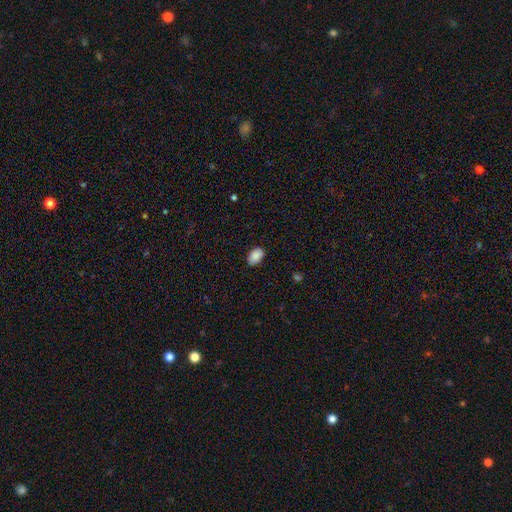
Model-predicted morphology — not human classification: A smooth galaxy with no disk features (89%) that is in between round and cigar-shaped (89%).

Vote fractions:
- Smooth or featured? smooth: 89% / star or artifact: 7% / featured or disk: 4%
- How rounded? in between: 89% / round: 10% / cigar-shaped: 1%
- Merging? none: 85% / minor disturbance: 12% / major disturbance: 2% / merger: 1%